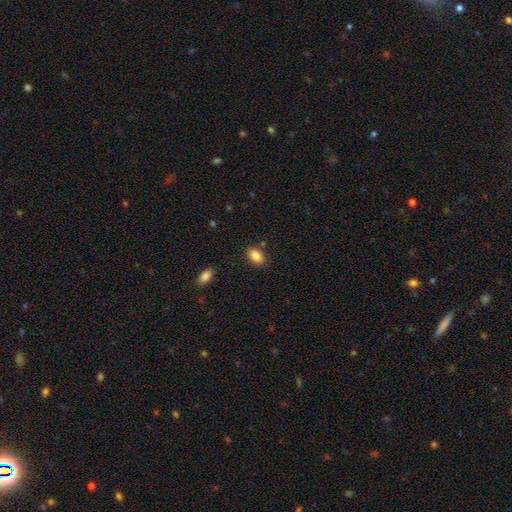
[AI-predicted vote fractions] Smooth or featured? Predicted: smooth (p=0.86). How rounded? Predicted: in between (p=0.87). Merging? Predicted: none (p=0.83).